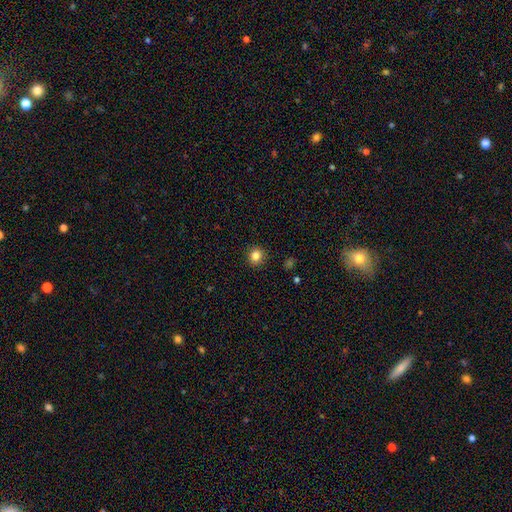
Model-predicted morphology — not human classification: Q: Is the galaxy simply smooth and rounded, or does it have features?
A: smooth — 83%.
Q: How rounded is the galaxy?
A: round — 86%.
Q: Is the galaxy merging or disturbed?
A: none — 91%.